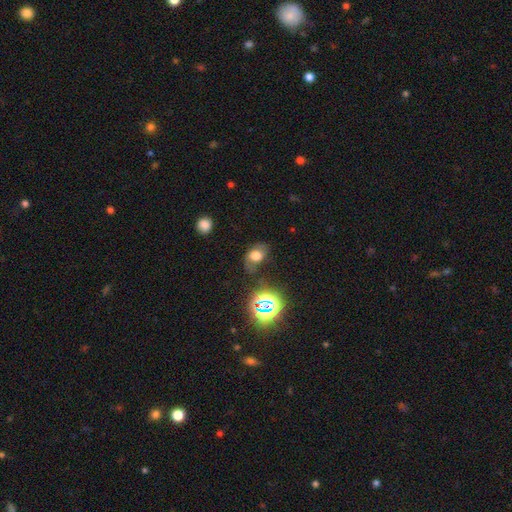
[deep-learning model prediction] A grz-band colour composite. It shows a smooth galaxy with no disk features (60%) that is in between round and cigar-shaped (73%). Merging: none (55%).